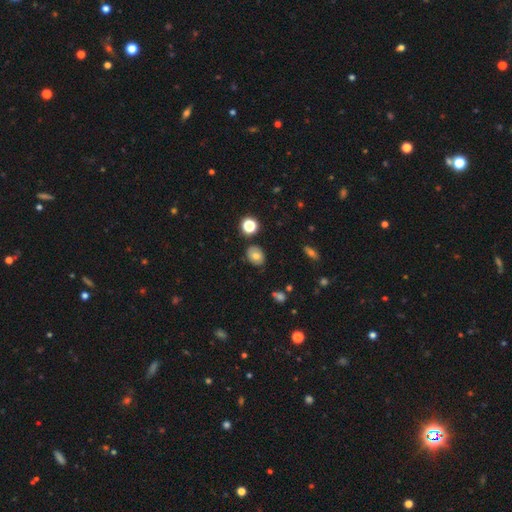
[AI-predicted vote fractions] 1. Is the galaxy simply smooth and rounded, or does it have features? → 69% smooth, 18% featured or disk, 13% star or artifact.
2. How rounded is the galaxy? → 56% in between, 43% round, 1% cigar-shaped.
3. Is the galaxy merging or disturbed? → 79% none, 15% minor disturbance, 3% major disturbance, 3% merger.